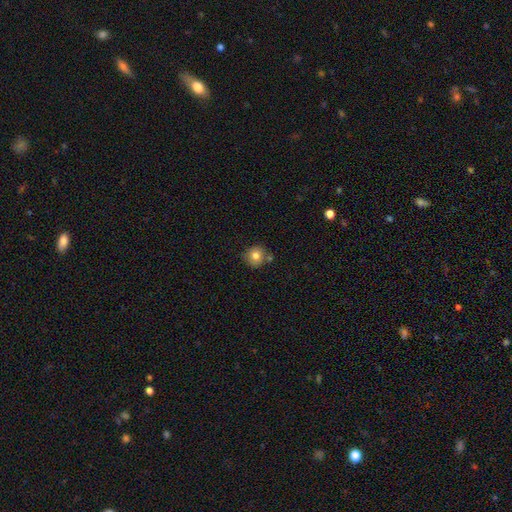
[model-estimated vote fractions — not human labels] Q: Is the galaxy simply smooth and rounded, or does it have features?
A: smooth — 78%.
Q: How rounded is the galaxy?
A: round — 91%.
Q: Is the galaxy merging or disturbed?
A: none — 75%.